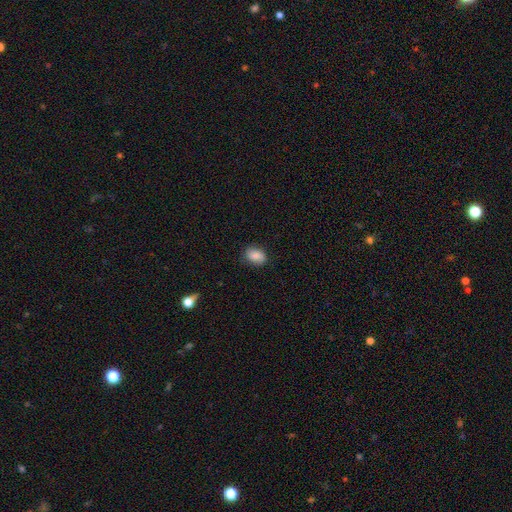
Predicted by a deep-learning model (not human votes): Smooth or featured? Predicted: smooth (p=0.86). How rounded? Predicted: in between (p=0.75). Merging? Predicted: none (p=0.82).